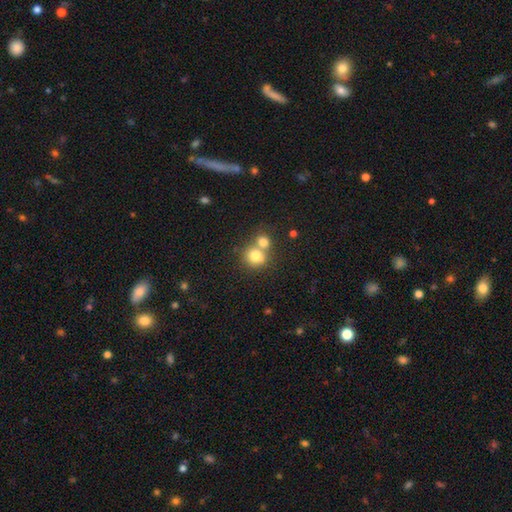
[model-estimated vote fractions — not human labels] Overall: smooth (77%). How rounded: round (82%). Merging: merger (50%; none 41%).